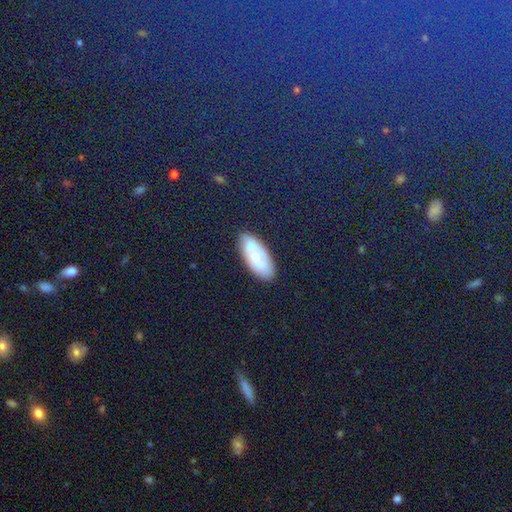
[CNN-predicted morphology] Smooth or featured? smooth (45%)
Merging? none (83%)